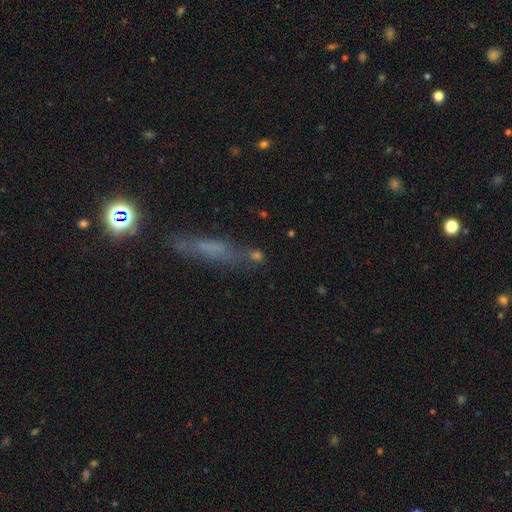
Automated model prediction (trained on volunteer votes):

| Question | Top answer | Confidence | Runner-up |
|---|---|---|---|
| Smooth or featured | smooth | 54% | featured or disk (24%) |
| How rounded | cigar-shaped | 65% | in between (24%) |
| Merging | none | 60% | minor disturbance (17%) |